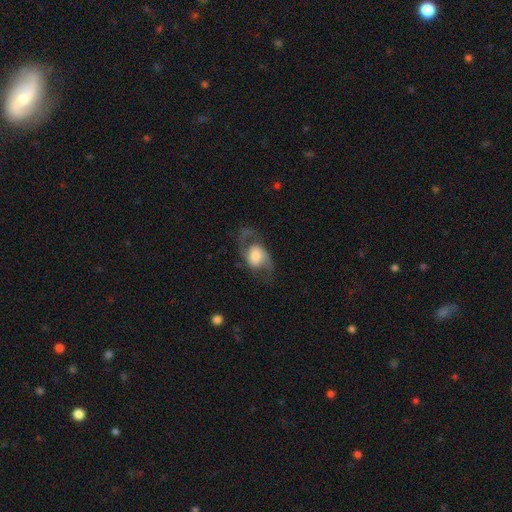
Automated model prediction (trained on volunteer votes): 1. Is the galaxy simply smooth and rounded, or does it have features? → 67% featured or disk, 26% smooth, 7% star or artifact.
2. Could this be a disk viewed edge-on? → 95% no, 5% yes.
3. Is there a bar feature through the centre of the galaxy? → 63% no, 29% weak, 8% strong.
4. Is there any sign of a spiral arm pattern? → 87% yes, 13% no.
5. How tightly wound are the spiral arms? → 52% loose, 39% medium, 9% tight.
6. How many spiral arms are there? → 88% 2, 5% 1, 4% can't tell, 1% 3, 1% 4, 1% more than 4.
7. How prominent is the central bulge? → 43% moderate, 28% large, 19% small, 7% dominant, 3% none.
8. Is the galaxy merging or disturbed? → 59% none, 21% major disturbance, 18% minor disturbance, 2% merger.